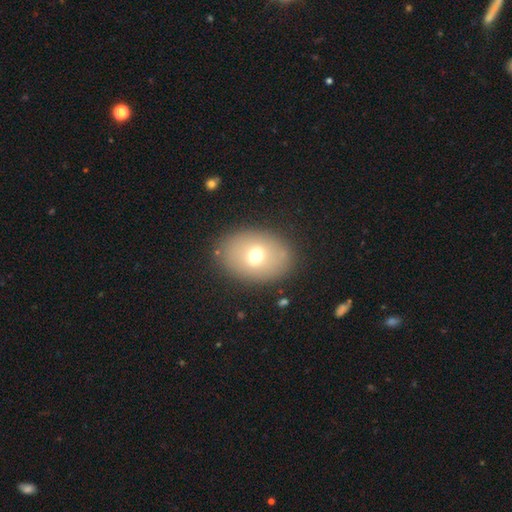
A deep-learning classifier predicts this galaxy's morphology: Q: Smooth or featured?
A: smooth (65%); runner-up: featured or disk (23%)
Q: How rounded?
A: in between (70%); runner-up: round (29%)
Q: Merging?
A: none (85%); runner-up: minor disturbance (9%)